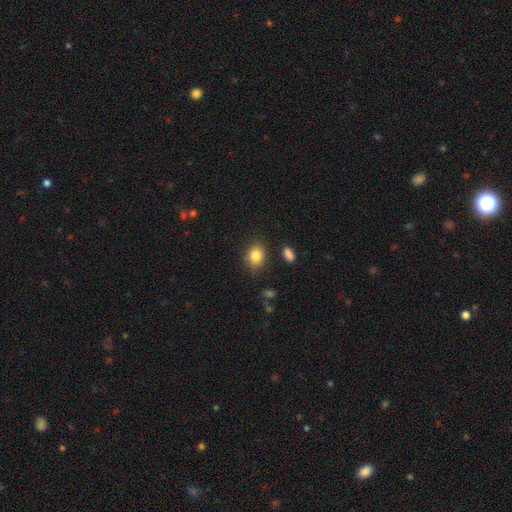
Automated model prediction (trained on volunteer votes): Overall: smooth (84%). How rounded: in between (60%; round 39%). Merging: none (81%).